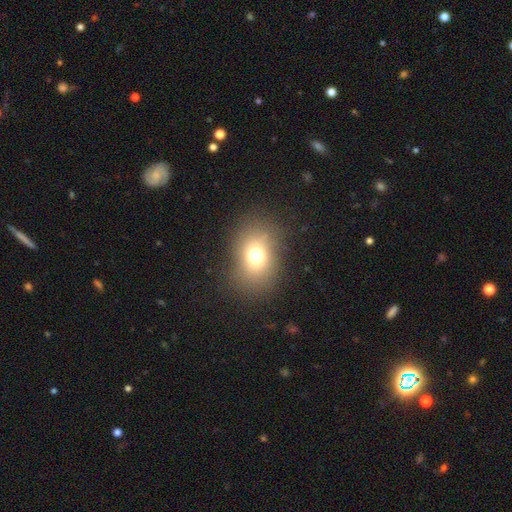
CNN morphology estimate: Smooth or featured? smooth (69%)
How rounded? in between (56%)
Merging? none (81%)